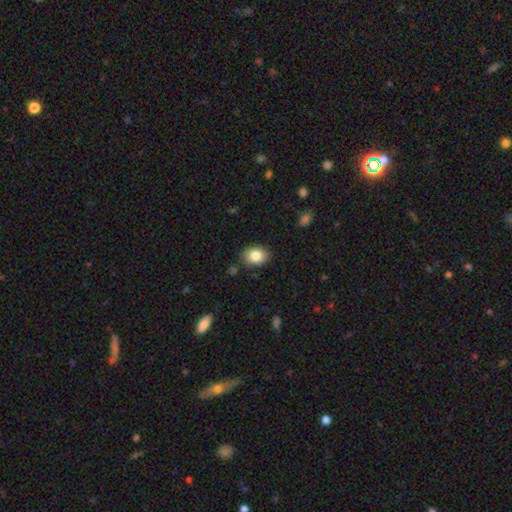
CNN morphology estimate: smooth_or_featured: smooth (p=0.83) [alt: star or artifact p=0.08]
how_rounded: in between (p=0.66) [alt: round p=0.33]
merging: none (p=0.84) [alt: minor disturbance p=0.12]